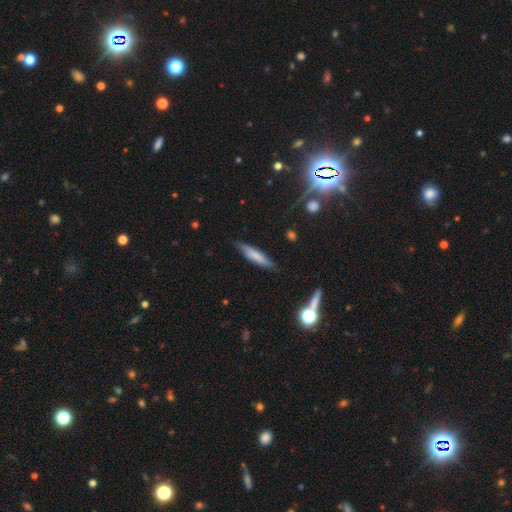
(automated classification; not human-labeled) smooth-or-featured: smooth: 73% | featured or disk: 21% | star or artifact: 6%
  how-rounded: cigar-shaped: 83% | in between: 16% | round: 1%
  merging: none: 81% | minor disturbance: 15% | major disturbance: 3% | merger: 2%